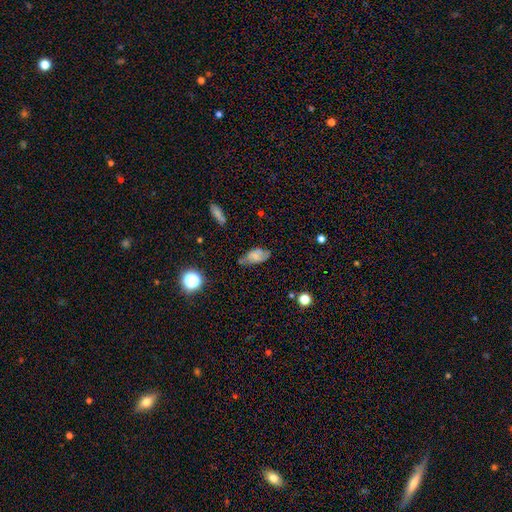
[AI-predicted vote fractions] Morphology: type=smooth (57%); roundness=in between (89%); merging=none (55%).